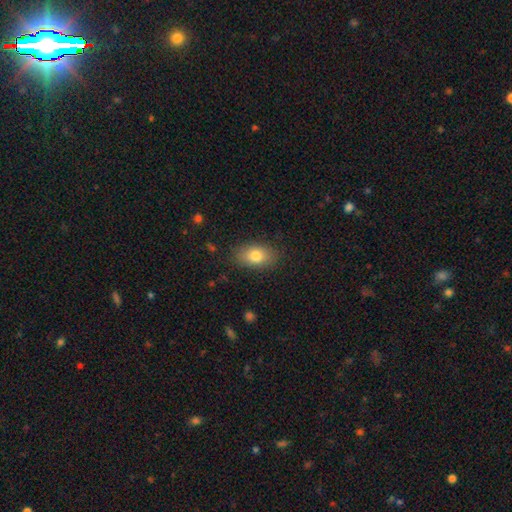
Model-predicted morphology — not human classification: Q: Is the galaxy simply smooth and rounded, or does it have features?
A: smooth — 80%.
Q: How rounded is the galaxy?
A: in between — 86%.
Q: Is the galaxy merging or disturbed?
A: none — 84%.